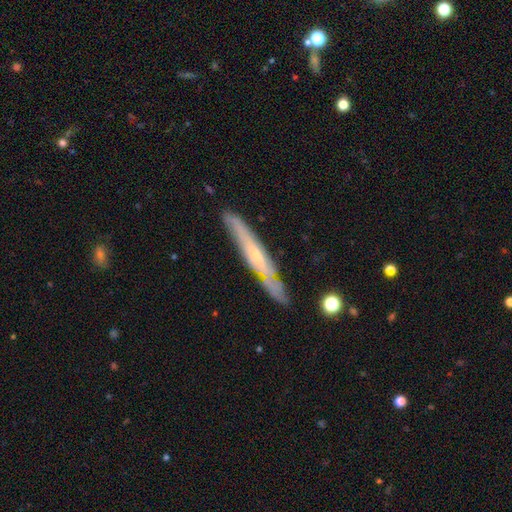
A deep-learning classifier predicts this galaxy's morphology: Smooth or featured? featured or disk (67%)
Edge-on disk? yes (80%)
Edge-on bulge? rounded (49%)
Merging? none (77%)